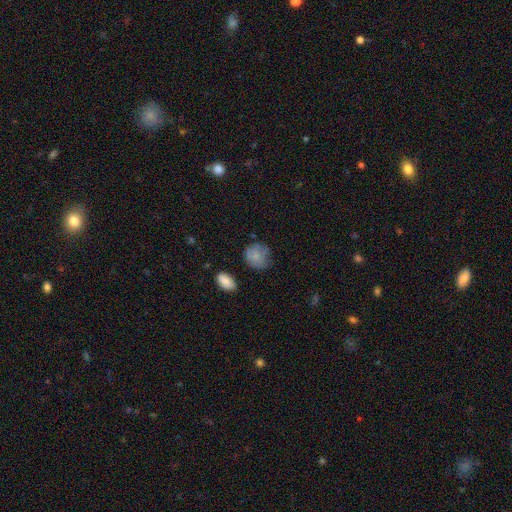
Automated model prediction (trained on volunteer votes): Smooth or featured? smooth (80%)
How rounded? round (74%)
Merging? none (58%)